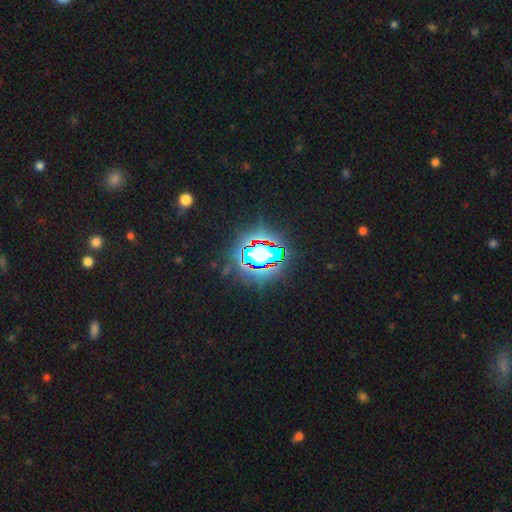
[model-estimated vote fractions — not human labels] A star or artifact, not a galaxy (81%).